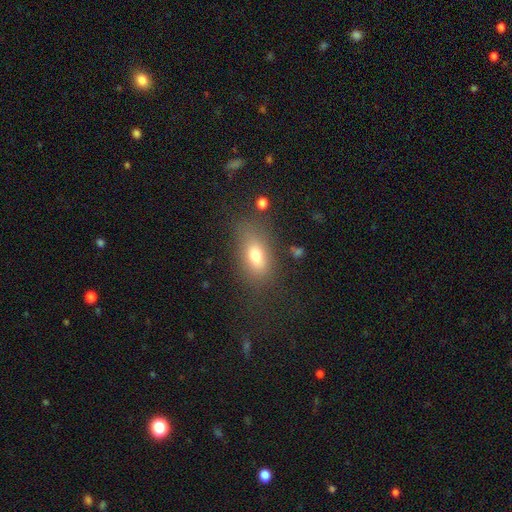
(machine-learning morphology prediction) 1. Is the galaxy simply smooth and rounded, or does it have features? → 74% smooth, 14% featured or disk, 11% star or artifact.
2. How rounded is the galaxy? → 83% in between, 11% round, 6% cigar-shaped.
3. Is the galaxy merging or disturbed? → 71% none, 18% minor disturbance, 9% major disturbance, 3% merger.